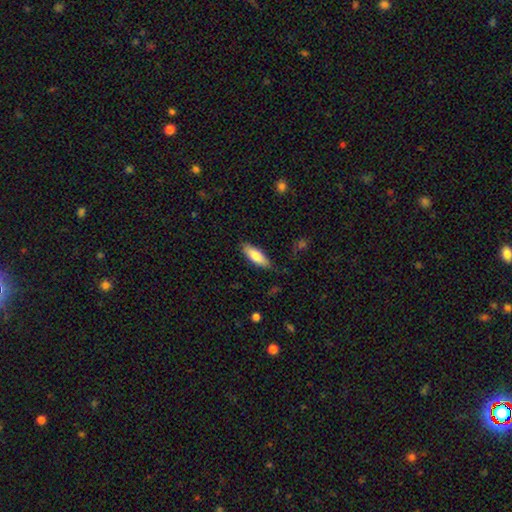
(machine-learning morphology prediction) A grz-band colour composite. It shows a smooth galaxy with no disk features (79%) that is in between round and cigar-shaped (61%). Merging: none (82%).